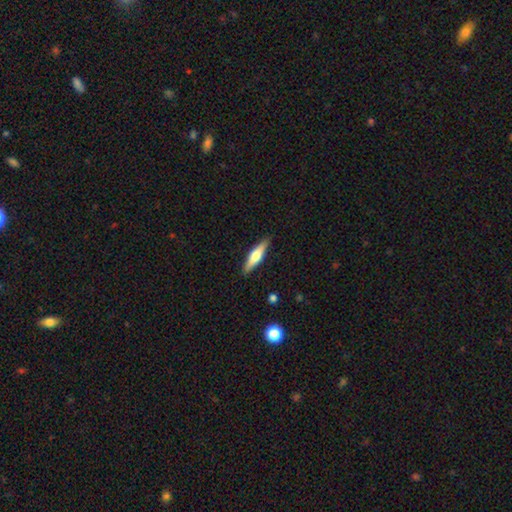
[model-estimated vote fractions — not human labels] Morphology: type=featured or disk (49%); merging=none (89%).